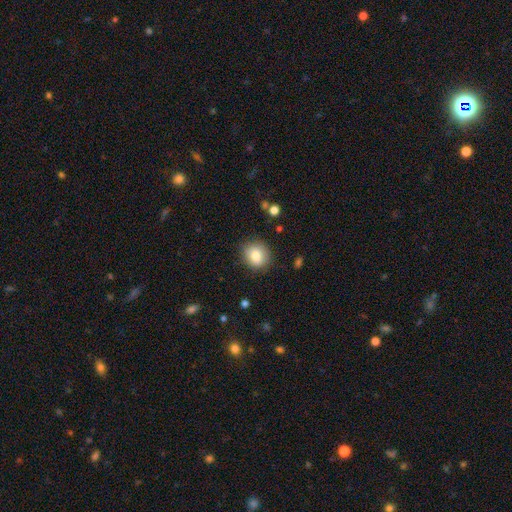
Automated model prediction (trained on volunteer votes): A smooth galaxy with no disk features (82%) that is round (76%). Merging: none (85%).